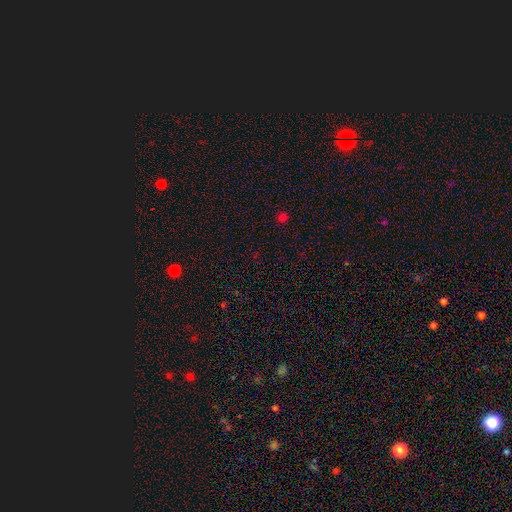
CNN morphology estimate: type=star or artifact (66%).